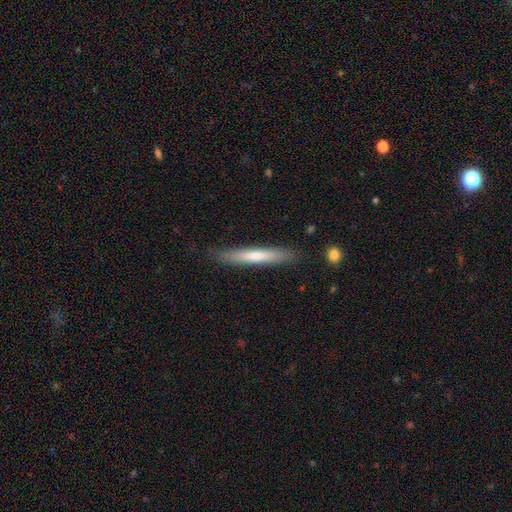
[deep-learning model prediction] A smooth galaxy with no disk features (61%) that is cigar-shaped (94%).

Vote fractions:
- Smooth or featured? smooth: 61% / featured or disk: 33% / star or artifact: 5%
- How rounded? cigar-shaped: 94% / in between: 4% / round: 1%
- Merging? none: 86% / minor disturbance: 10% / major disturbance: 2% / merger: 1%